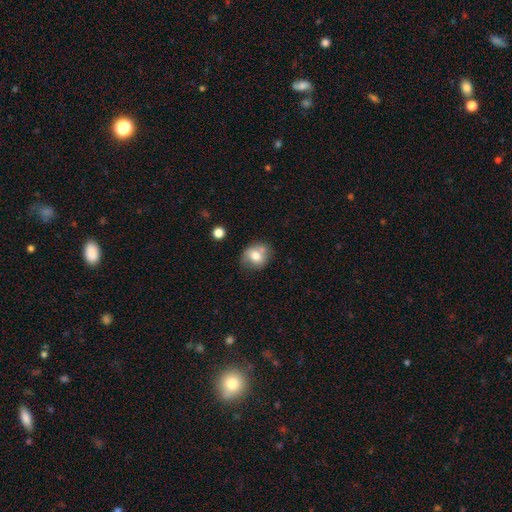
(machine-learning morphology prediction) A smooth galaxy with no disk features (72%) that is round (68%). Merging: none (53%).